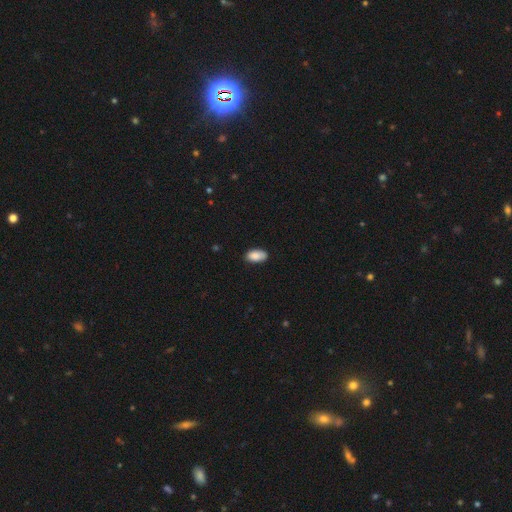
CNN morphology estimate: Smooth or featured? Predicted: smooth (p=0.89). How rounded? Predicted: in between (p=0.94). Merging? Predicted: none (p=0.83).